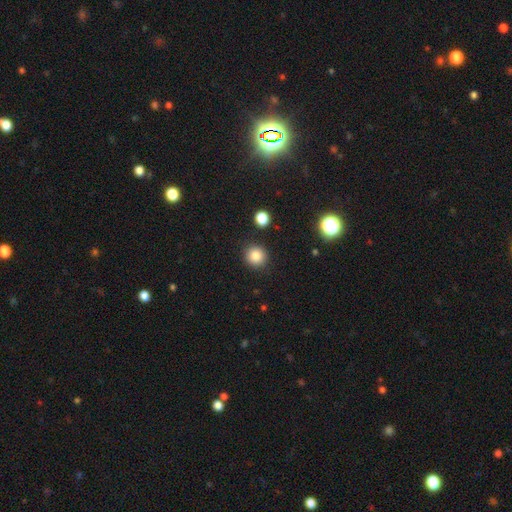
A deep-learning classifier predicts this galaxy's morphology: This appears to be a smooth galaxy with no disk features (85%) that is round (92%). Merging: none (89%).